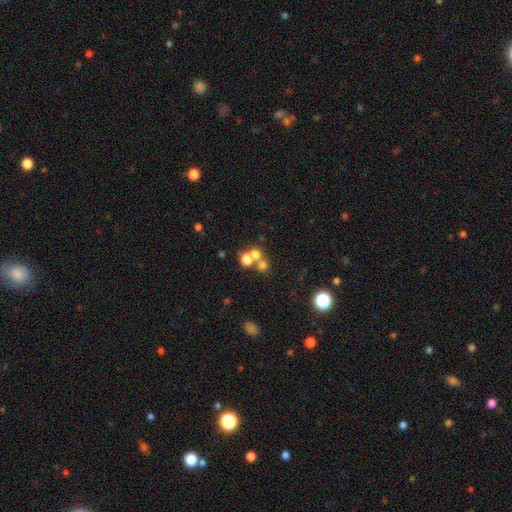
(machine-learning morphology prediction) Smooth or featured: smooth — 65% (star or artifact — 19%)
How rounded: round — 84% (in between — 15%)
Merging: merger — 48% (none — 41%)